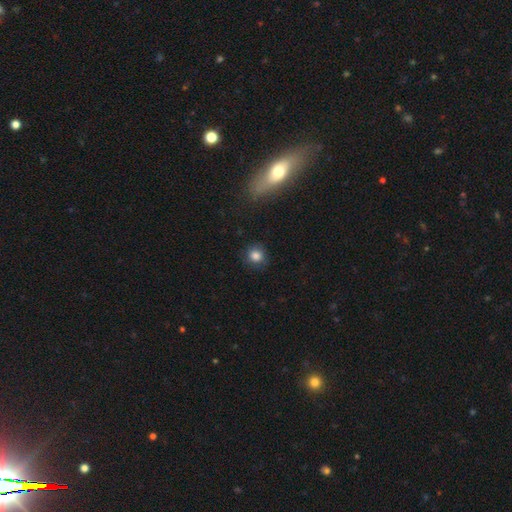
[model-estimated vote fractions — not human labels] smooth 83%, star or artifact 11%, featured or disk 6%. Down the decision tree: how rounded — round (88%); merging — none (84%).